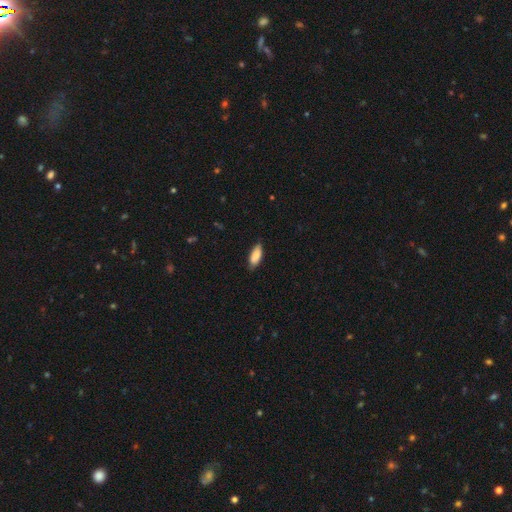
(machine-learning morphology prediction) Overall: smooth (85%). How rounded: in between (79%). Merging: none (80%).